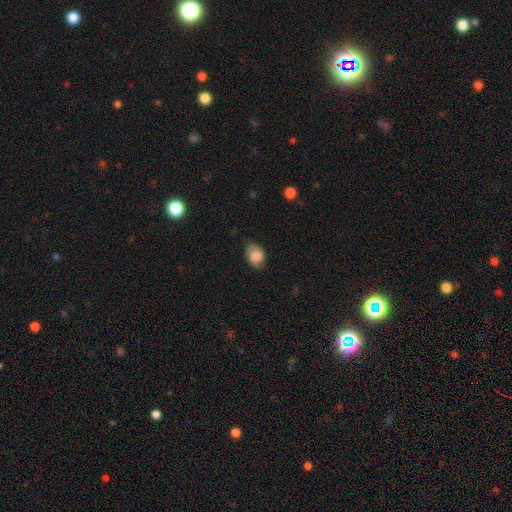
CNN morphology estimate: smooth 81%, featured or disk 11%, star or artifact 8%. Down the decision tree: how rounded — in between (78%); merging — none (68%).